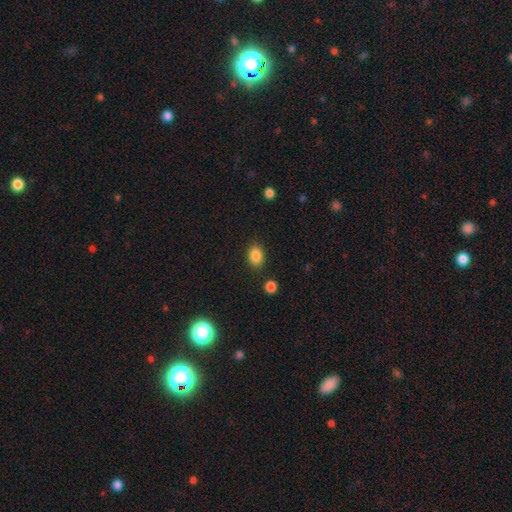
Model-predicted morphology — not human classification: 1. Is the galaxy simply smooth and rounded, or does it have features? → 86% smooth, 9% star or artifact, 5% featured or disk.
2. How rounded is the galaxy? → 74% in between, 25% round, 1% cigar-shaped.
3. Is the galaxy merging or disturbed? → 84% none, 10% minor disturbance, 3% merger, 3% major disturbance.